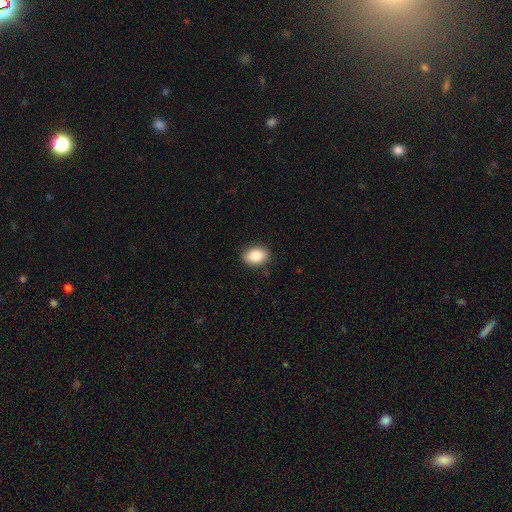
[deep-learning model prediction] The model was most divided on "how rounded": in between: 76%, round: 22%, cigar-shaped: 1%. More confident: merging — none (88%); smooth or featured — smooth (86%).